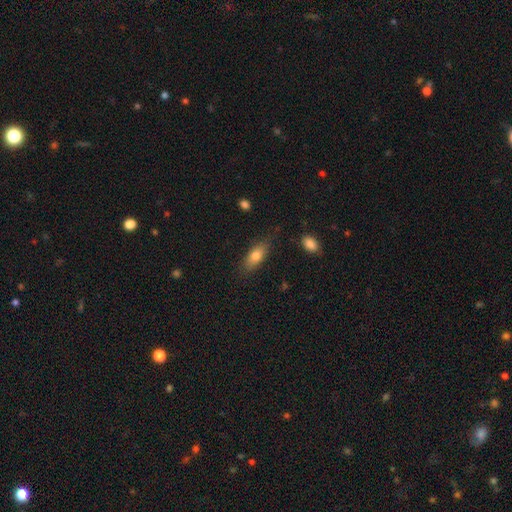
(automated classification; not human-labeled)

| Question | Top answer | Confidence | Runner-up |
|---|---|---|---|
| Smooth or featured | smooth | 75% | featured or disk (17%) |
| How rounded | in between | 75% | cigar-shaped (21%) |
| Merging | none | 78% | minor disturbance (16%) |